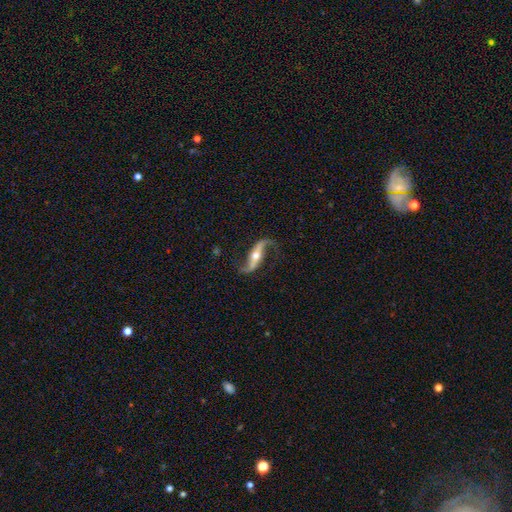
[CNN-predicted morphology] smooth_or_featured: featured or disk (p=0.91) [alt: star or artifact p=0.05]
disk_edge_on: no (p=0.88) [alt: yes p=0.12]
bar: strong (p=0.47) [alt: no p=0.29]
has_spiral_arms: yes (p=0.97) [alt: no p=0.03]
spiral_winding: loose (p=0.86) [alt: medium p=0.10]
spiral_arm_count: 2 (p=0.94) [alt: 1 p=0.02]
bulge_size: moderate (p=0.65) [alt: small p=0.25]
merging: none (p=0.79) [alt: minor disturbance p=0.12]